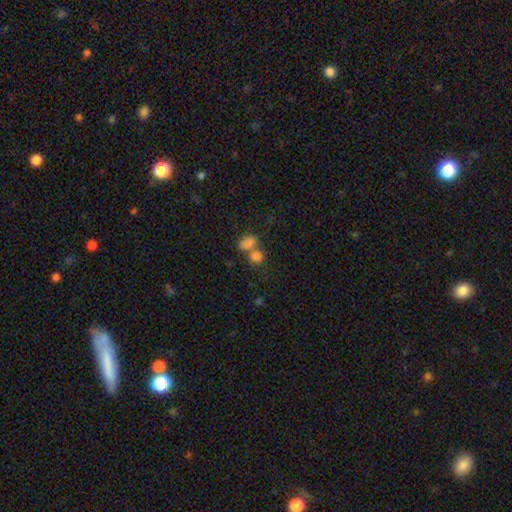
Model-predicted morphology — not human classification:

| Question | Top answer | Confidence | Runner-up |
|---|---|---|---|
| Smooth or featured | smooth | 78% | star or artifact (12%) |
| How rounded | round | 59% | in between (39%) |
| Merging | merger | 57% | none (31%) |